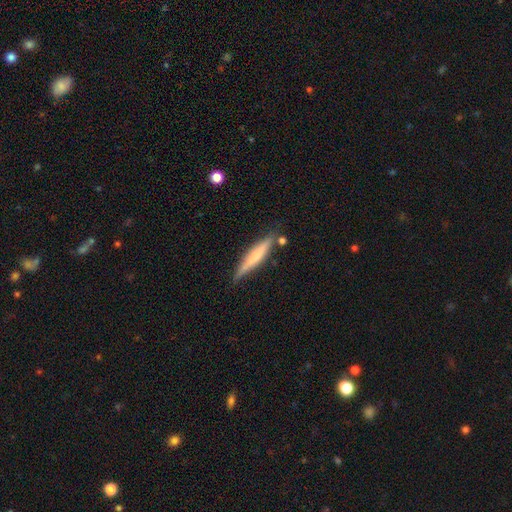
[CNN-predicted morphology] Overall: smooth (50%; featured or disk 44%). How rounded: cigar-shaped (90%). Merging: none (77%).